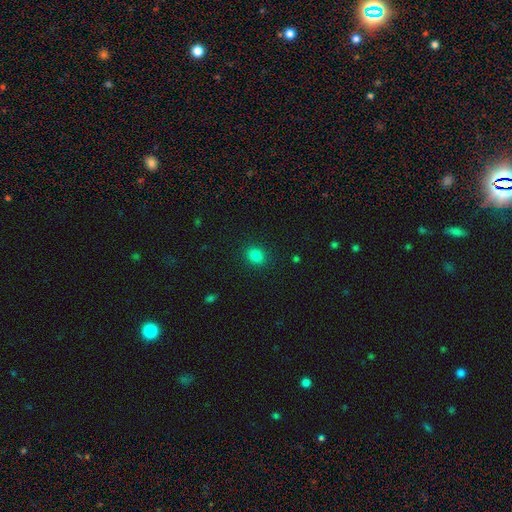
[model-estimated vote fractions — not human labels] Q: Smooth or featured?
A: smooth (83%); runner-up: star or artifact (13%)
Q: How rounded?
A: round (52%); runner-up: in between (47%)
Q: Merging?
A: none (88%); runner-up: minor disturbance (8%)